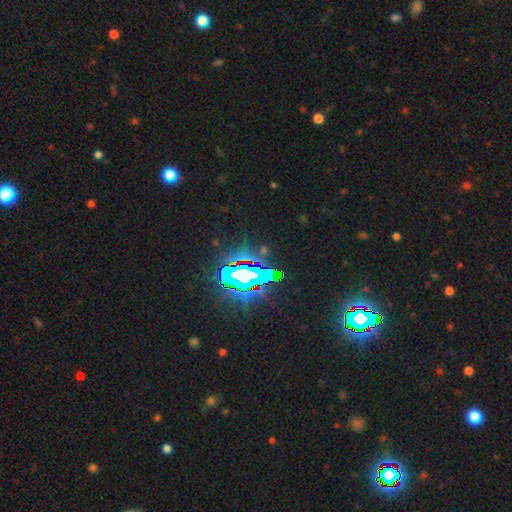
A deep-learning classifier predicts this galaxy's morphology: This is clearly a star or artifact rather than a galaxy (80%).